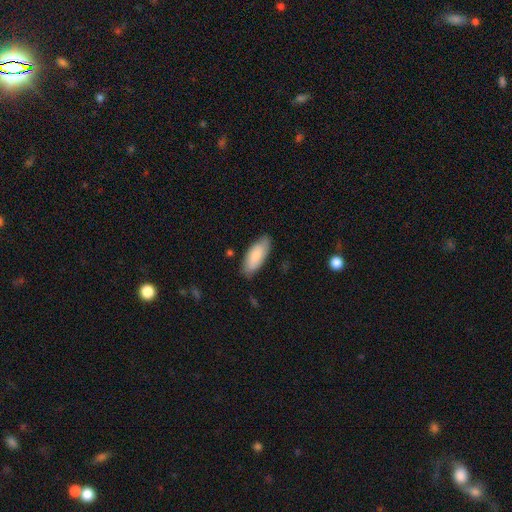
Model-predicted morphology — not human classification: A smooth galaxy with no disk features (78%) that is in between round and cigar-shaped (83%). Merging: none (81%).